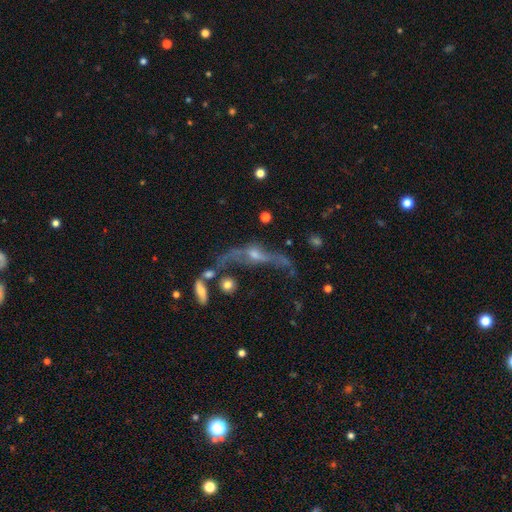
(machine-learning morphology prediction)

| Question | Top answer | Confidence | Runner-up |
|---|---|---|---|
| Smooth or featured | featured or disk | 66% | star or artifact (18%) |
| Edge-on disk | no | 67% | yes (33%) |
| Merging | major disturbance | 32% | merger (28%) |